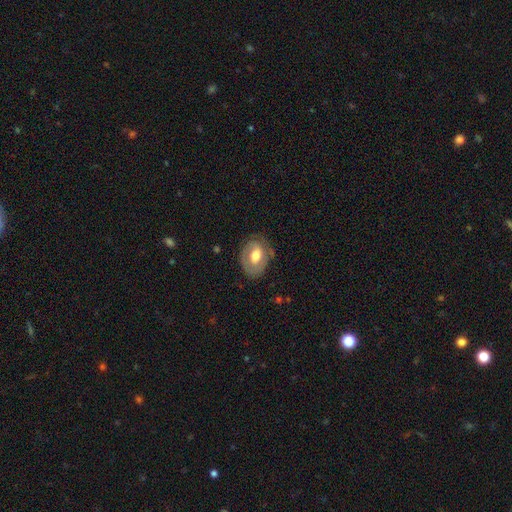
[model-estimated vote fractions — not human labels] smooth_or_featured: featured or disk (p=0.47) [alt: smooth p=0.46]
merging: none (p=0.67) [alt: minor disturbance p=0.23]